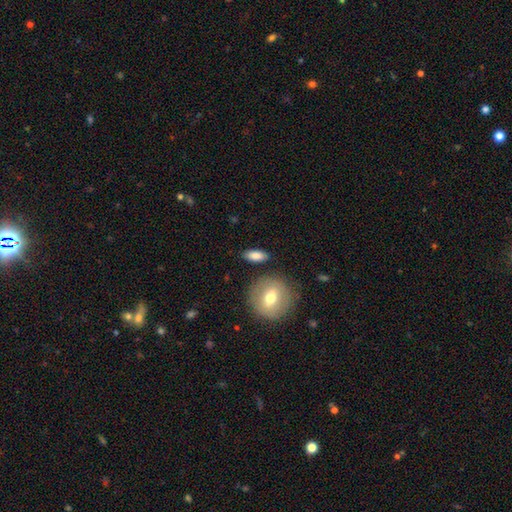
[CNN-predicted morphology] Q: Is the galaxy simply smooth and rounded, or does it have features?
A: smooth — 82%.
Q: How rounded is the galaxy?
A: in between — 76%.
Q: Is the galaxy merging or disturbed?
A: none — 84%.